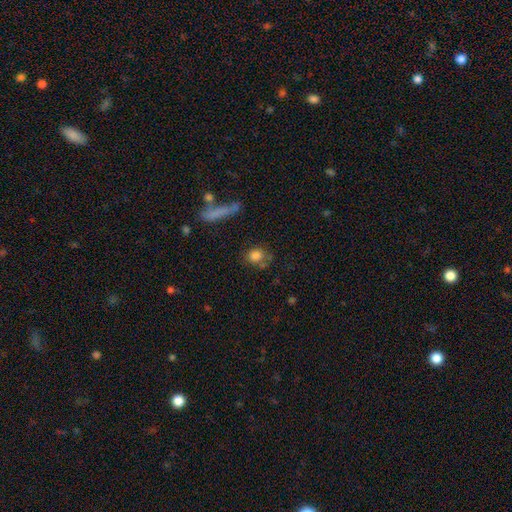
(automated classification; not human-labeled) smooth_or_featured: smooth (p=0.81) [alt: star or artifact p=0.10]
how_rounded: round (p=0.69) [alt: in between p=0.27]
merging: none (p=0.63) [alt: minor disturbance p=0.18]